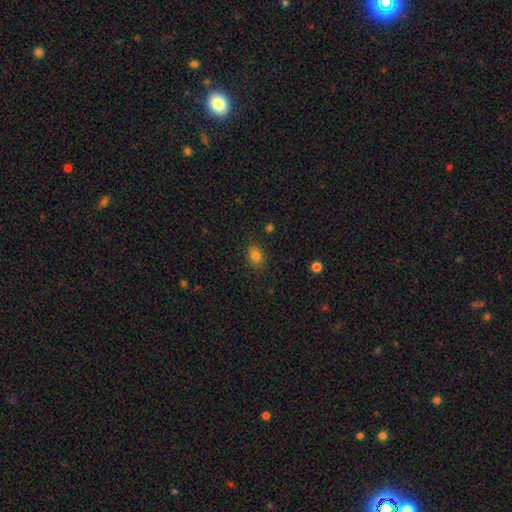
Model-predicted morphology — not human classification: type=smooth (80%); roundness=in between (66%); merging=none (85%).